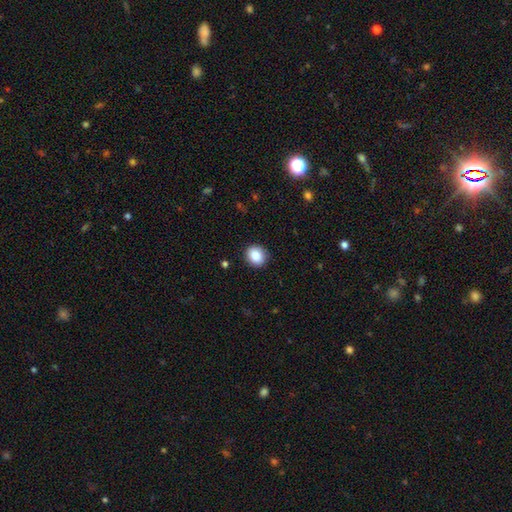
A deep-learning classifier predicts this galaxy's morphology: smooth 84%, star or artifact 9%, featured or disk 7%. Down the decision tree: how rounded — round (80%); merging — none (91%).